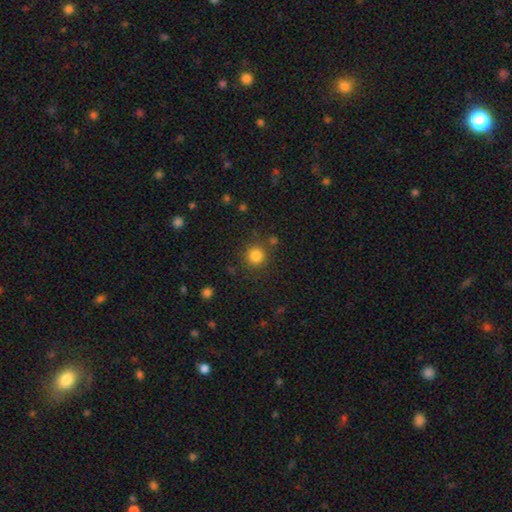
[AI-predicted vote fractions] This is clearly a smooth galaxy (83%). How rounded: clearly round (93%). Merging: clearly none (85%).